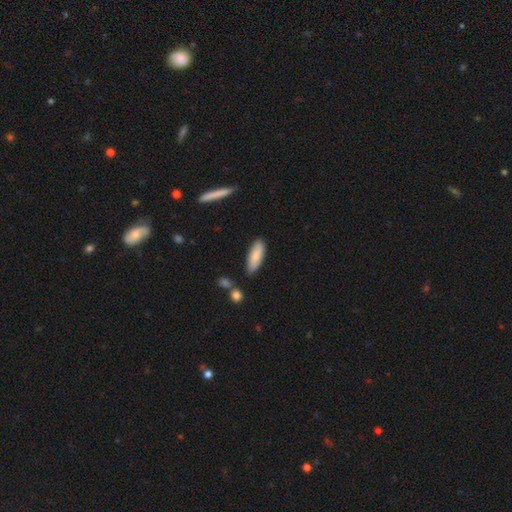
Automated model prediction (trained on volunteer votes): A smooth galaxy with no disk features (85%) that is in between round and cigar-shaped (63%). Merging: none (79%).